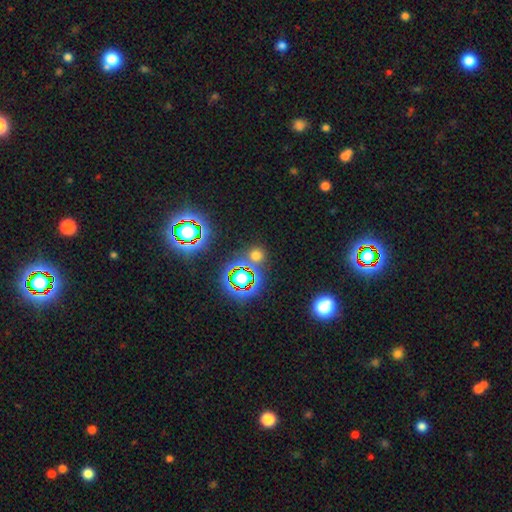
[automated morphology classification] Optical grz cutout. It shows a smooth galaxy with no disk features (54%) that is round (89%). Merging: none (75%).